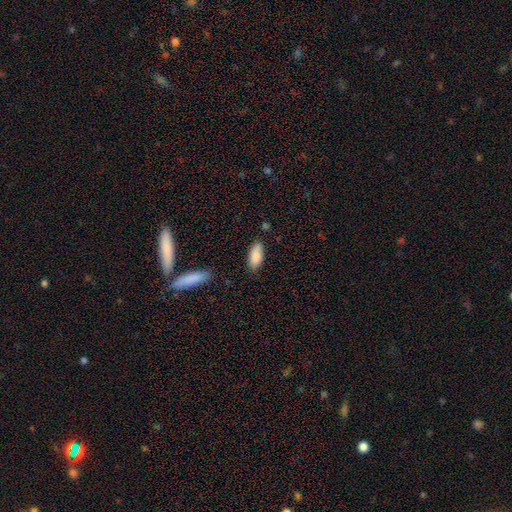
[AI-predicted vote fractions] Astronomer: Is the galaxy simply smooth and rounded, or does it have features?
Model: smooth — 87%.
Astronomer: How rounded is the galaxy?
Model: in between — 85%.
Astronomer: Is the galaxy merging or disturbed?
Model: none — 77%.